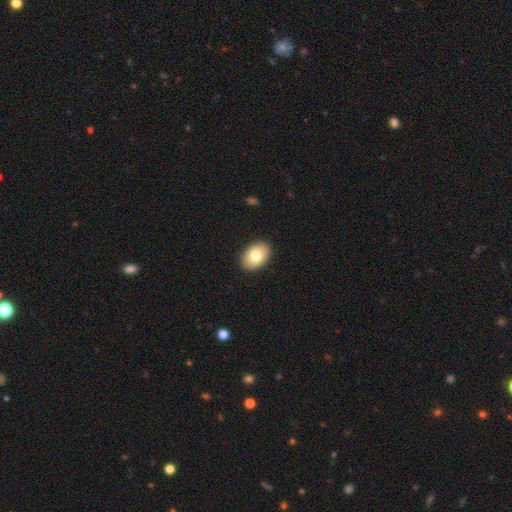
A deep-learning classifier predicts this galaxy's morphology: smooth-or-featured: smooth: 79% | featured or disk: 14% | star or artifact: 7%
  how-rounded: in between: 86% | round: 13% | cigar-shaped: 1%
  merging: none: 90% | minor disturbance: 7% | major disturbance: 2% | merger: 1%